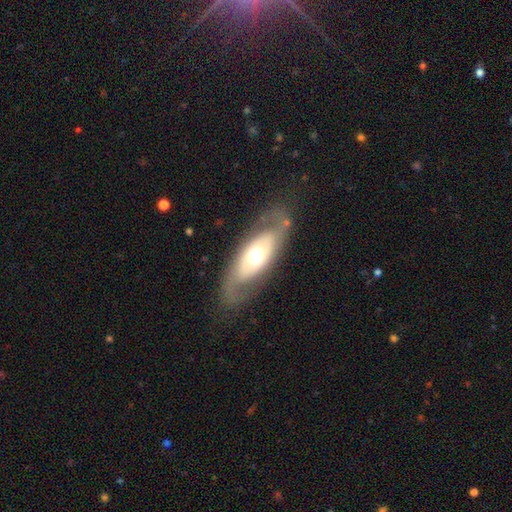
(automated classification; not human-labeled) The model was most divided on "smooth or featured": featured or disk: 61%, smooth: 33%, star or artifact: 6%. More confident: edge-on disk — no (82%); merging — none (75%).